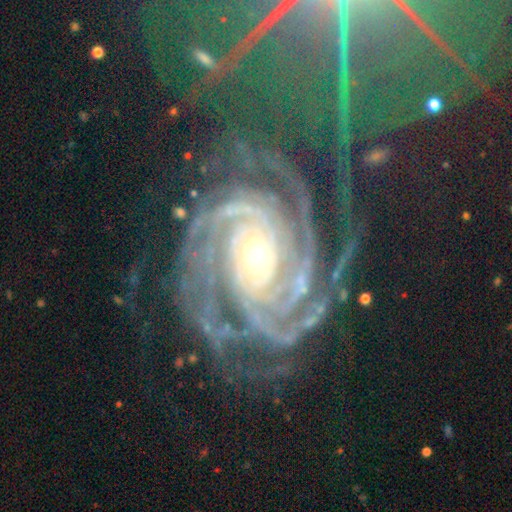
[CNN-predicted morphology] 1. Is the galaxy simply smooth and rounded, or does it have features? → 93% featured or disk, 4% star or artifact, 2% smooth.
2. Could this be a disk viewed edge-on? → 98% no, 2% yes.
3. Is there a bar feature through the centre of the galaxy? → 66% no, 19% weak, 15% strong.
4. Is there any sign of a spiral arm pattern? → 99% yes, 1% no.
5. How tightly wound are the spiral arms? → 75% tight, 20% medium, 4% loose.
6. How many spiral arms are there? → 22% 4, 19% more than 4, 18% 3, 17% 2, 15% can't tell, 10% 1.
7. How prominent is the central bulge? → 50% moderate, 44% small, 3% large, 1% none, 1% dominant.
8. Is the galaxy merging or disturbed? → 67% none, 16% minor disturbance, 14% major disturbance, 2% merger.